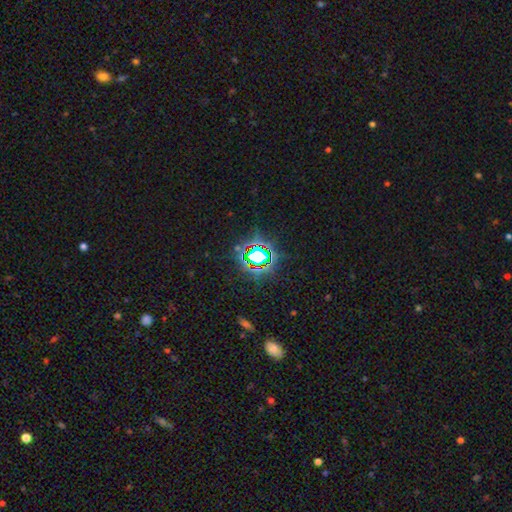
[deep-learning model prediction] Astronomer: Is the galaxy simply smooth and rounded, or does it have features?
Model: star or artifact — 77%.